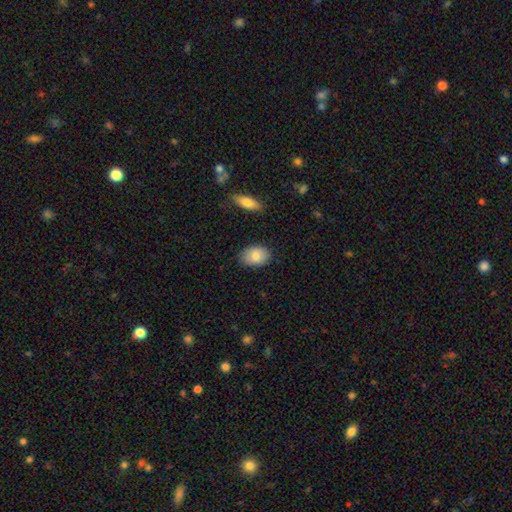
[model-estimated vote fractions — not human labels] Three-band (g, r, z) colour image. It shows a smooth galaxy with no disk features (82%) that is in between round and cigar-shaped (85%). Merging: none (84%).